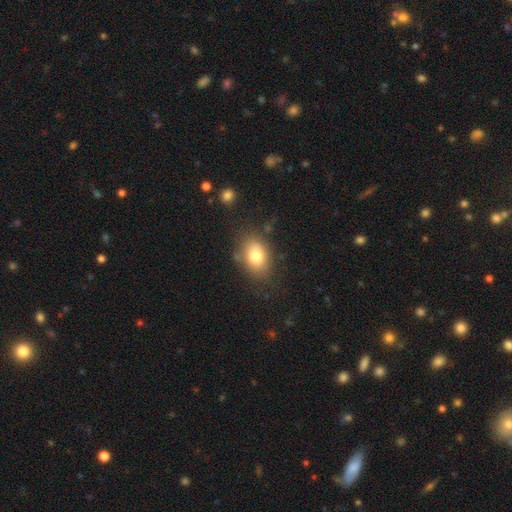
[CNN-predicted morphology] A smooth galaxy with no disk features (79%) that is in between round and cigar-shaped (76%).

Vote fractions:
- Smooth or featured? smooth: 79% / featured or disk: 12% / star or artifact: 9%
- How rounded? in between: 76% / round: 23% / cigar-shaped: 1%
- Merging? none: 77% / minor disturbance: 15% / major disturbance: 5% / merger: 3%